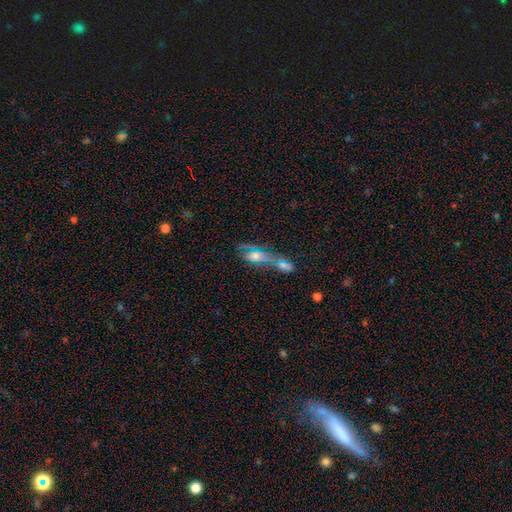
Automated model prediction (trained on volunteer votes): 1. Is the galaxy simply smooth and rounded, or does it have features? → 39% smooth, 32% featured or disk, 29% star or artifact.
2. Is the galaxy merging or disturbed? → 39% merger, 35% none, 14% minor disturbance, 12% major disturbance.